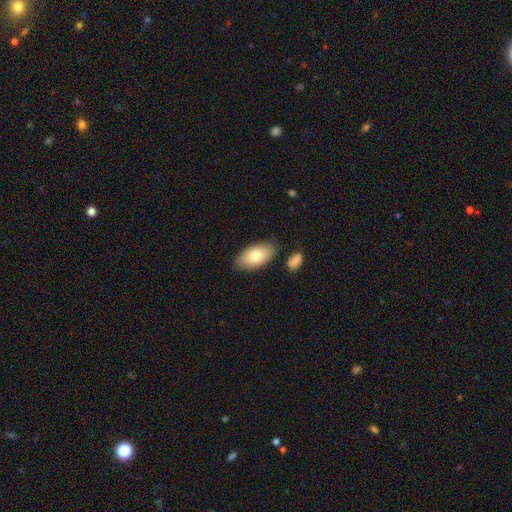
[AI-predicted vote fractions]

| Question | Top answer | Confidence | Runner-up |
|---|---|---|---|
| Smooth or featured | smooth | 77% | featured or disk (16%) |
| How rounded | in between | 94% | round (3%) |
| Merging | none | 80% | minor disturbance (13%) |